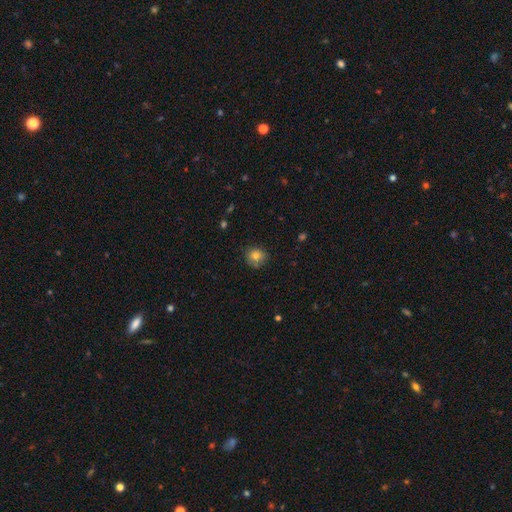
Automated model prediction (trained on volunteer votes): Morphology: type=smooth (81%); roundness=round (84%); merging=none (75%).